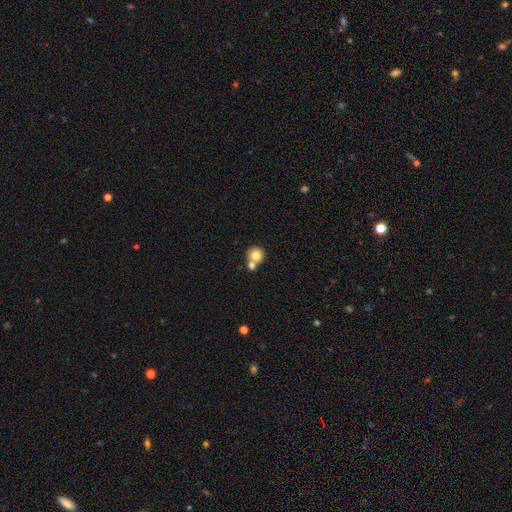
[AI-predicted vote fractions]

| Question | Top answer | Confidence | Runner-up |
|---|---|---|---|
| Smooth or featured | smooth | 76% | featured or disk (14%) |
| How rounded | round | 89% | in between (10%) |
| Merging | none | 46% | merger (43%) |